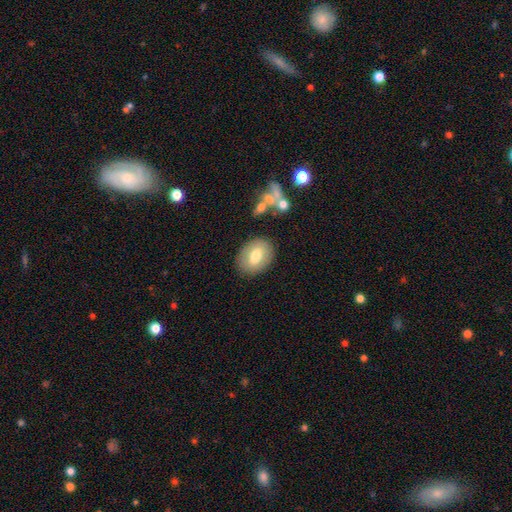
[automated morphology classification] The model was most divided on "how rounded": in between: 69%, round: 30%, cigar-shaped: 1%. More confident: merging — none (83%); smooth or featured — smooth (70%).